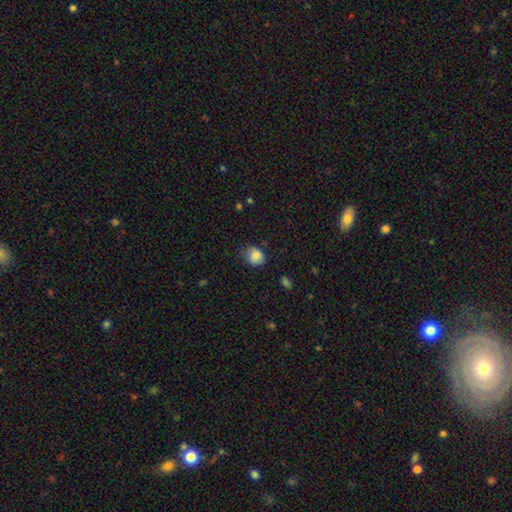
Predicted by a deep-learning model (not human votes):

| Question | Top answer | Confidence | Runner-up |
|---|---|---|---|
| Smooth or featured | smooth | 80% | featured or disk (11%) |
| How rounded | round | 52% | in between (47%) |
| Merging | none | 59% | minor disturbance (32%) |